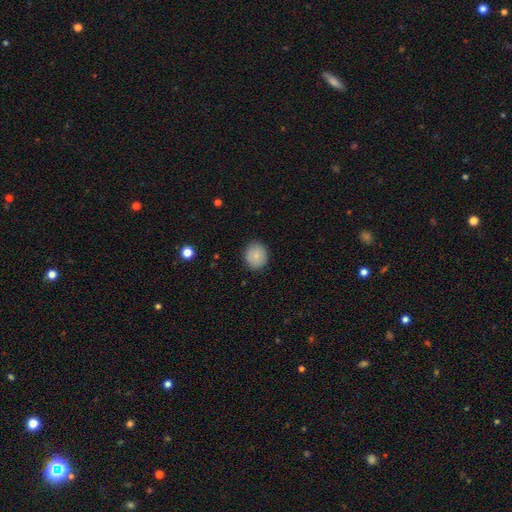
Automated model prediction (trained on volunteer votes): Smooth or featured?
  - smooth: 83% *
  - featured or disk: 9%
  - star or artifact: 8%
How rounded?
  - round: 81% *
  - in between: 18%
  - cigar-shaped: 1%
Merging?
  - none: 87% *
  - minor disturbance: 10%
  - major disturbance: 2%
  - merger: 1%